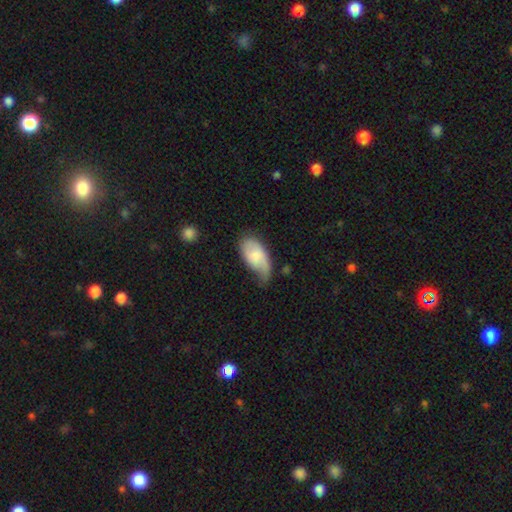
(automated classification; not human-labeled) A smooth galaxy with no disk features (67%) that is in between round and cigar-shaped (94%). Merging: minor disturbance (43%).